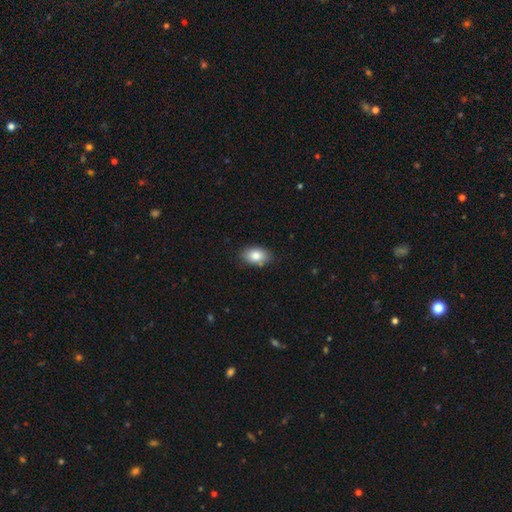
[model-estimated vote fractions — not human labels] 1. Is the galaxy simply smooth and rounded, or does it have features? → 84% smooth, 8% featured or disk, 8% star or artifact.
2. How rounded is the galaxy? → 87% in between, 11% round, 1% cigar-shaped.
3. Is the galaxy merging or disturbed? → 83% none, 13% minor disturbance, 2% major disturbance, 2% merger.